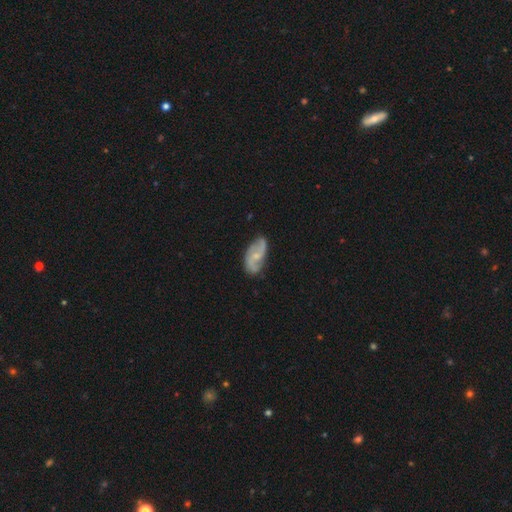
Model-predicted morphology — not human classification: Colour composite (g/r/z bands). It shows a featured or disk galaxy (70%) with no bar (57%), 2 (79%) loose (41%) spiral arms (90%) and a small central bulge (61%). Merging: none (69%).